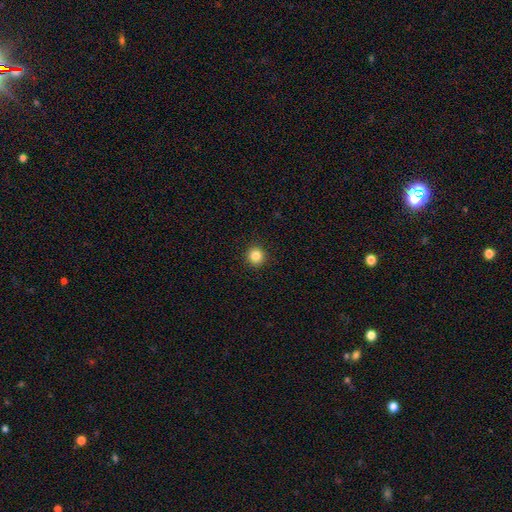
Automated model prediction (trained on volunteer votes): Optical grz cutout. It shows a smooth galaxy with no disk features (85%) that is round (94%). Merging: none (93%).